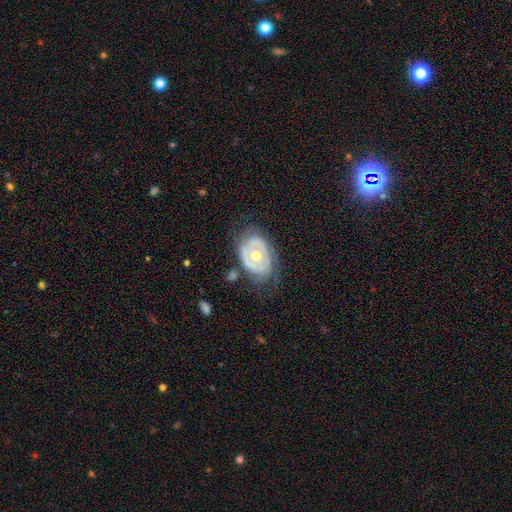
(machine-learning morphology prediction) A featured or disk galaxy (68%) with no bar (79%), no spiral arms (63%) and a moderate central bulge (78%).

Vote fractions:
- Smooth or featured? featured or disk: 68% / smooth: 26% / star or artifact: 6%
- Edge-on disk? no: 94% / yes: 6%
- Bar? no: 79% / weak: 15% / strong: 6%
- Spiral arms? no: 63% / yes: 37%
- Bulge size? moderate: 78% / small: 10% / large: 9% / dominant: 1% / none: 1%
- Merging? none: 62% / minor disturbance: 23% / major disturbance: 12% / merger: 3%